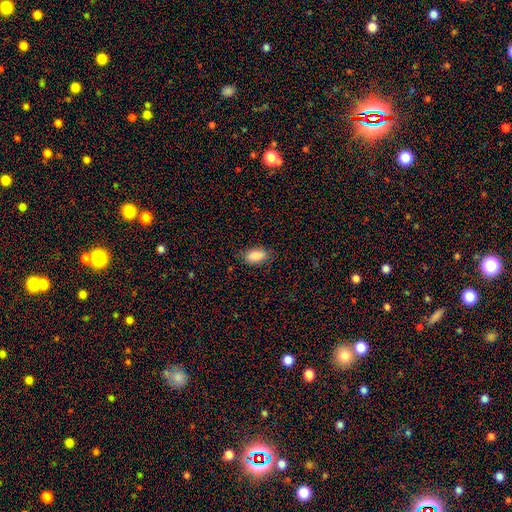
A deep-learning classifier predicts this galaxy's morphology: Q: Smooth or featured?
A: smooth (88%); runner-up: star or artifact (7%)
Q: How rounded?
A: in between (93%); runner-up: cigar-shaped (4%)
Q: Merging?
A: none (81%); runner-up: minor disturbance (14%)